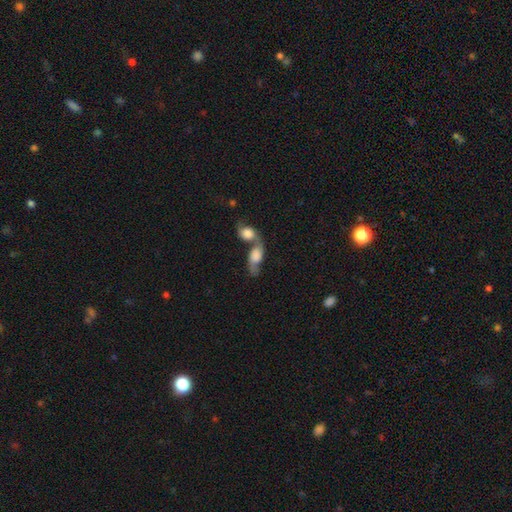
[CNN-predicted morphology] This is possibly a featured or disk galaxy (47%). Merging: likely merger (70%).